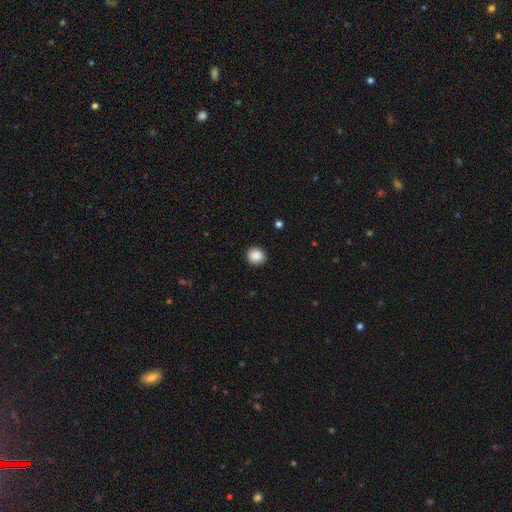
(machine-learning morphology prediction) This is clearly a smooth galaxy (88%). How rounded: clearly round (84%). Merging: clearly none (90%).